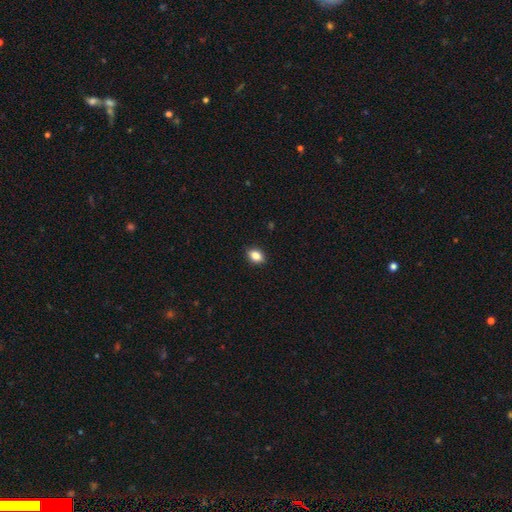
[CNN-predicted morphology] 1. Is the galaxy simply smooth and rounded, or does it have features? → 85% smooth, 9% star or artifact, 7% featured or disk.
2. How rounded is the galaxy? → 75% in between, 23% round, 2% cigar-shaped.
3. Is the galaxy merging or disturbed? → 88% none, 9% minor disturbance, 2% major disturbance, 1% merger.